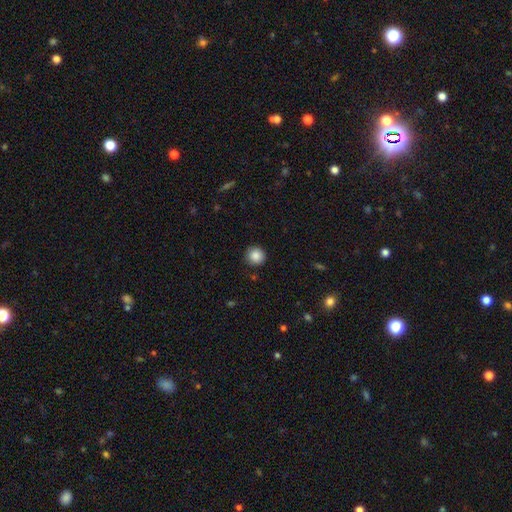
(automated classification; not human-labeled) A smooth galaxy with no disk features (87%) that is round (93%).

Vote fractions:
- Smooth or featured? smooth: 87% / star or artifact: 9% / featured or disk: 4%
- How rounded? round: 93% / in between: 6% / cigar-shaped: 1%
- Merging? none: 90% / minor disturbance: 7% / major disturbance: 2% / merger: 1%